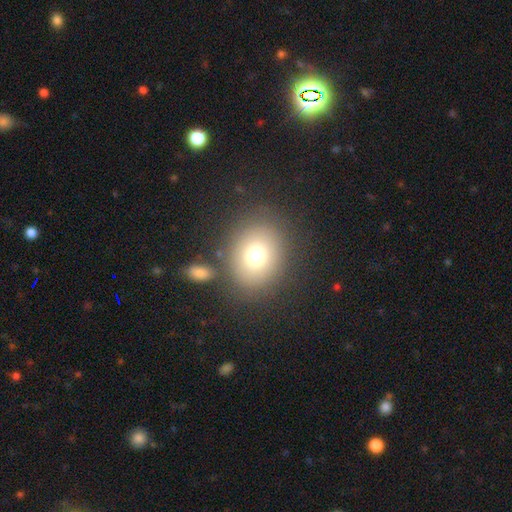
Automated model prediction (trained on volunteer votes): Smooth or featured? smooth (74%)
How rounded? round (57%)
Merging? none (77%)